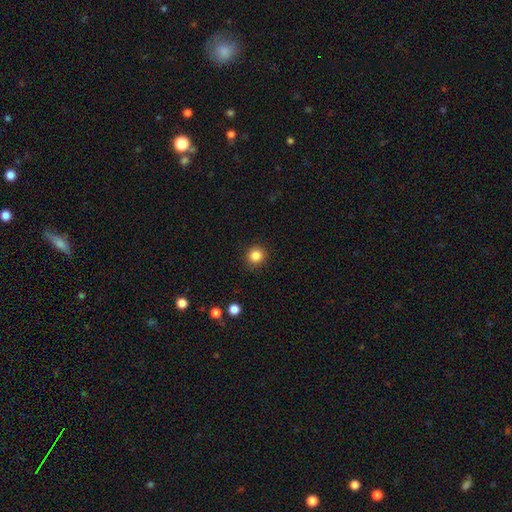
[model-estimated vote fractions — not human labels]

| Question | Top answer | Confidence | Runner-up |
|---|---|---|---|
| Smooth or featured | smooth | 85% | star or artifact (11%) |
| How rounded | round | 92% | in between (7%) |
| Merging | none | 91% | minor disturbance (6%) |